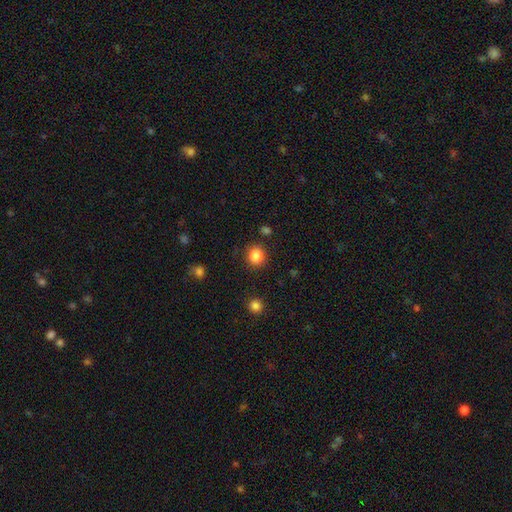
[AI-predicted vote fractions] Smooth or featured?
  - smooth: 86% *
  - star or artifact: 10%
  - featured or disk: 4%
How rounded?
  - round: 80% *
  - in between: 19%
  - cigar-shaped: 1%
Merging?
  - none: 86% *
  - minor disturbance: 8%
  - major disturbance: 3%
  - merger: 3%